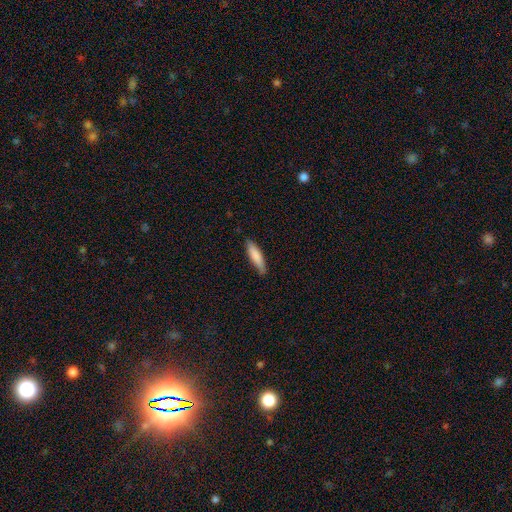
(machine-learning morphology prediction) Smooth or featured: smooth — 83% (featured or disk — 12%)
How rounded: cigar-shaped — 73% (in between — 26%)
Merging: none — 83% (minor disturbance — 14%)